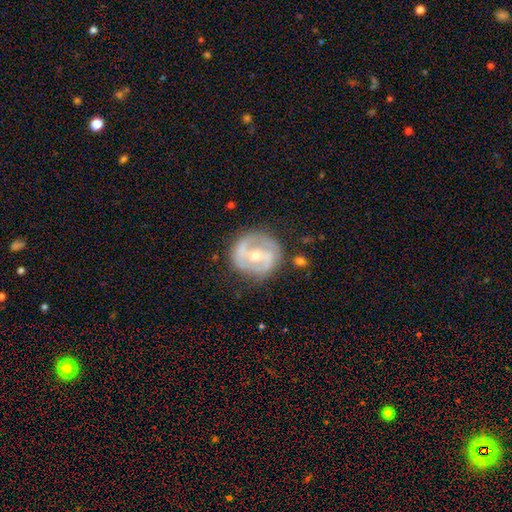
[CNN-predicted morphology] Overall: featured or disk (79%). Edge-on disk: no (97%). Bar: weak (42%; no 30%). Spiral arms: yes (83%). Spiral arm count: 2 (75%). Spiral winding: medium (43%; tight 41%). Bulge size: moderate (54%; small 43%). Merging: none (75%).